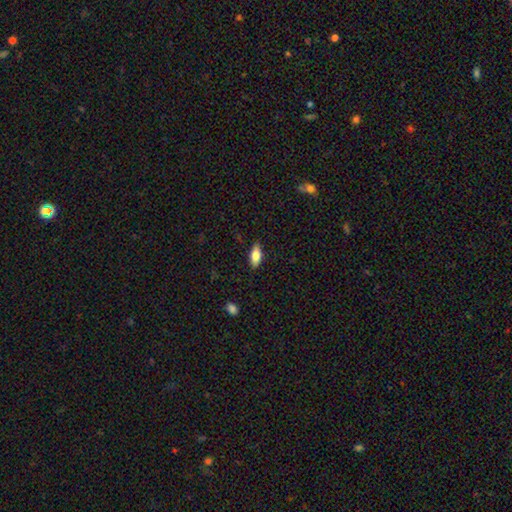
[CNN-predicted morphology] Smooth or featured?
  - smooth: 73% *
  - featured or disk: 20%
  - star or artifact: 7%
How rounded?
  - in between: 81% *
  - cigar-shaped: 16%
  - round: 3%
Merging?
  - none: 86% *
  - minor disturbance: 11%
  - major disturbance: 2%
  - merger: 1%